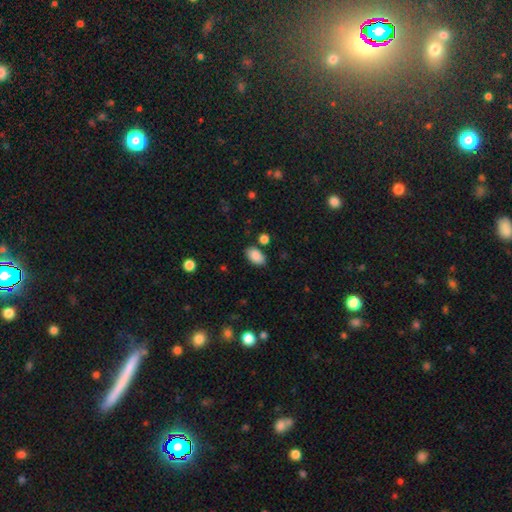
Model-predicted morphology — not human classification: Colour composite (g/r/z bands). It shows a smooth galaxy with no disk features (87%) that is in between round and cigar-shaped (91%). Merging: none (79%).